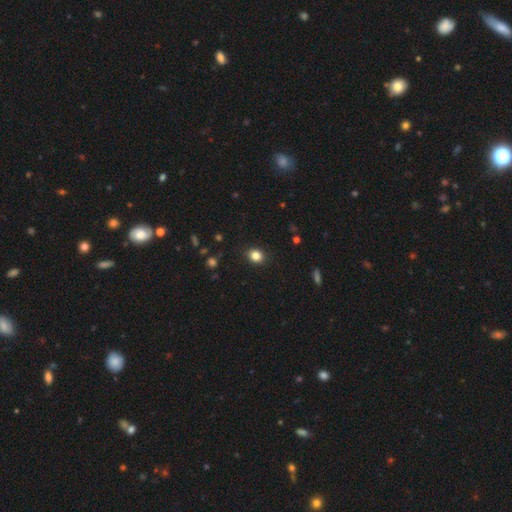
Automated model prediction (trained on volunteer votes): Morphology: type=smooth (84%); roundness=round (65%); merging=none (89%).